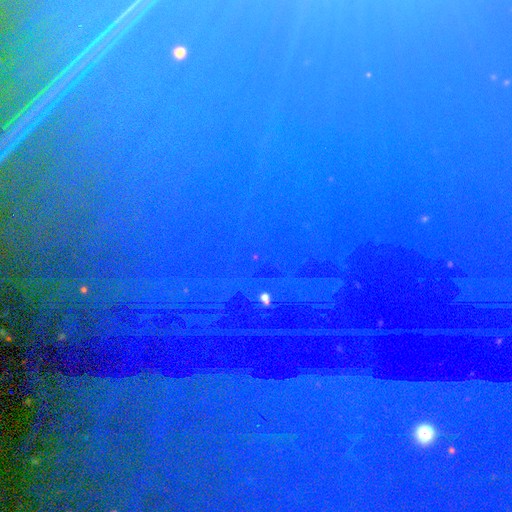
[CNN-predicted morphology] star or artifact 84%, featured or disk 9%, smooth 7%.